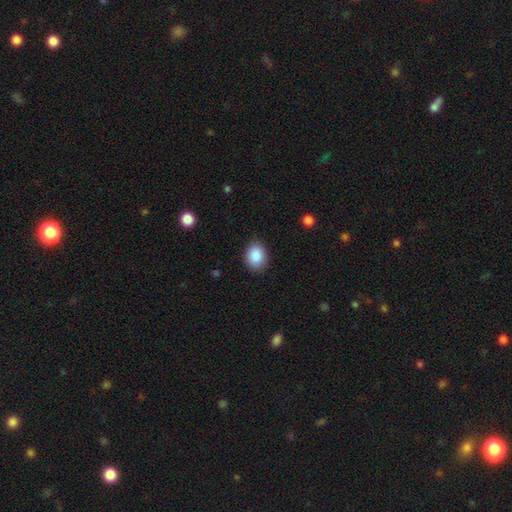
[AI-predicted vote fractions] Smooth or featured? smooth (89%)
How rounded? in between (65%)
Merging? none (87%)